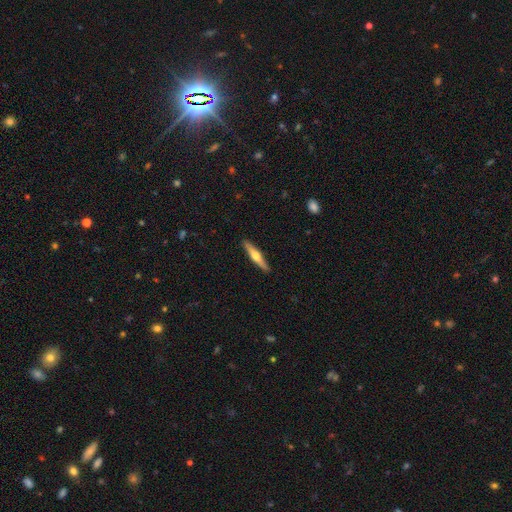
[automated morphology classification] The model was most divided on "smooth or featured": featured or disk: 59%, smooth: 35%, star or artifact: 5%. More confident: edge-on disk — yes (97%); edge-on bulge — rounded (92%); merging — none (92%).